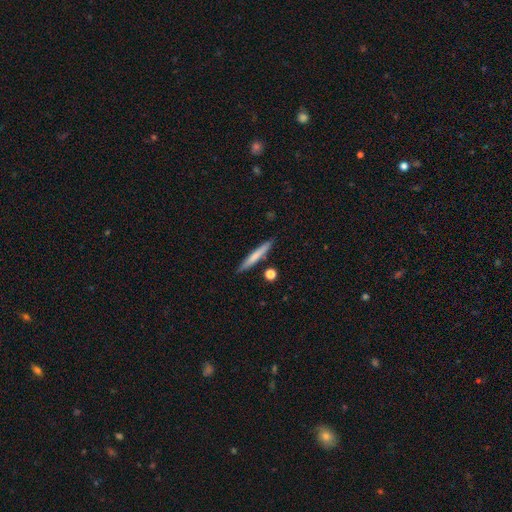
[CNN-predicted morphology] Smooth or featured? smooth (69%)
How rounded? cigar-shaped (95%)
Merging? none (86%)